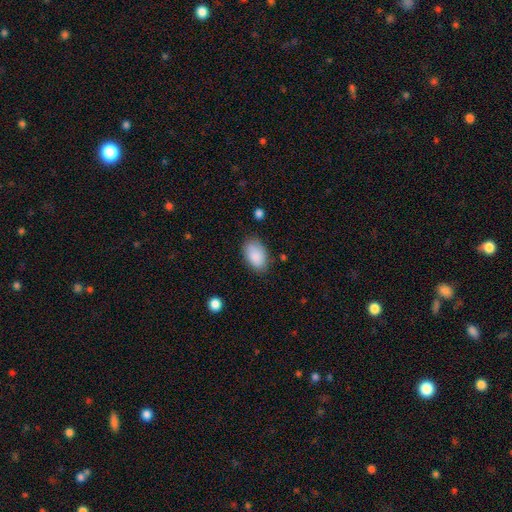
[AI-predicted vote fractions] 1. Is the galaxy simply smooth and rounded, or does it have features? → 88% smooth, 6% star or artifact, 6% featured or disk.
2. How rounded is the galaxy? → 93% in between, 5% round, 2% cigar-shaped.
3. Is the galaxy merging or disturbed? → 78% none, 17% minor disturbance, 4% major disturbance, 2% merger.